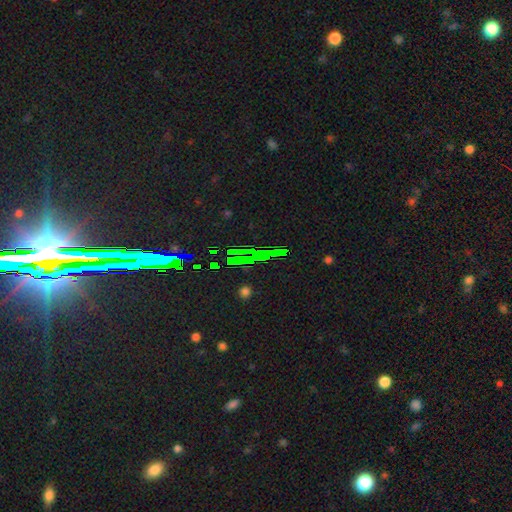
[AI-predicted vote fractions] This appears to be a star or artifact, not a galaxy (76%).